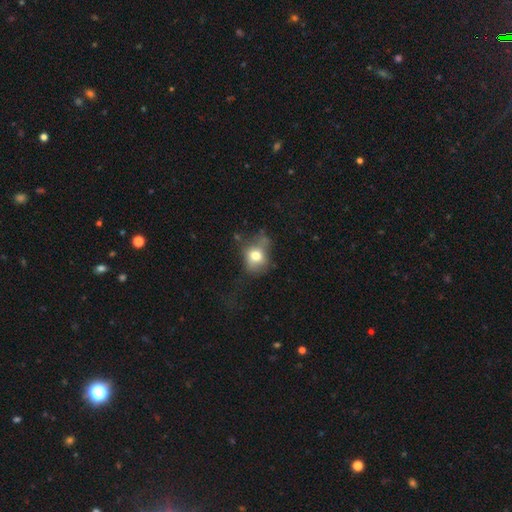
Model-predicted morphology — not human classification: Smooth or featured?
  - smooth: 70% *
  - featured or disk: 19%
  - star or artifact: 11%
How rounded?
  - round: 49% * (tied)
  - in between: 49% * (tied)
  - cigar-shaped: 1%
Merging?
  - none: 43% *
  - minor disturbance: 30%
  - major disturbance: 24%
  - merger: 4%